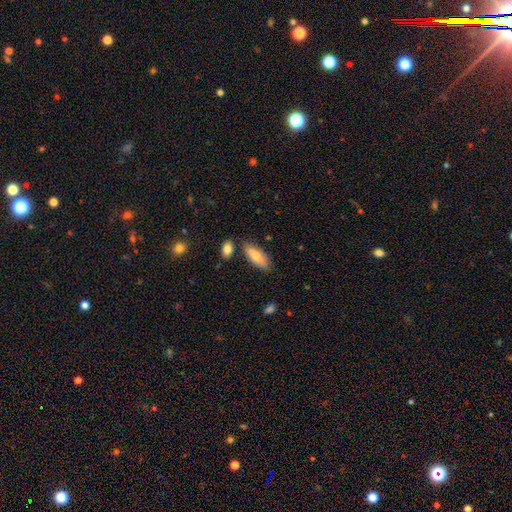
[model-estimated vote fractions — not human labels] Smooth or featured? Predicted: smooth (p=0.75). How rounded? Predicted: in between (p=0.75). Merging? Predicted: none (p=0.77).